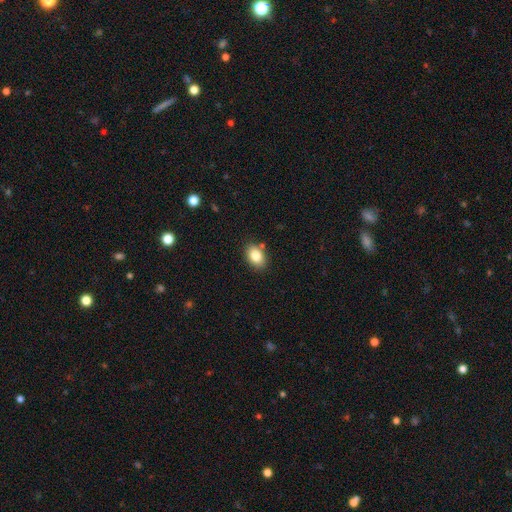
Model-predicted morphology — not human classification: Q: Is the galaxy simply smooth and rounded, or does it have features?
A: smooth — 83%.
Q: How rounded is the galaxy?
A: in between — 82%.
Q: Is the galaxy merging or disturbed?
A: none — 82%.